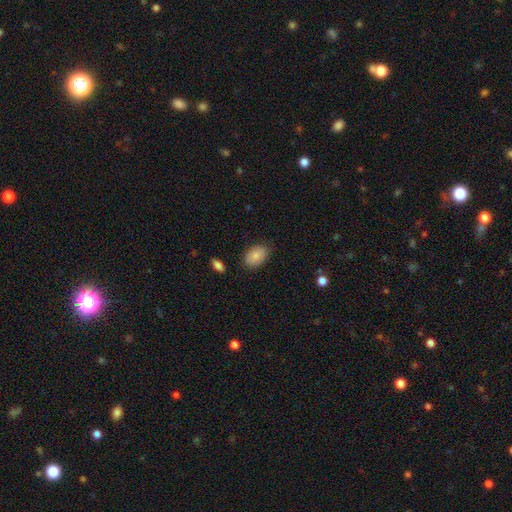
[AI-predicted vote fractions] This is clearly a smooth galaxy (86%). How rounded: clearly in between (89%). Merging: clearly none (81%).